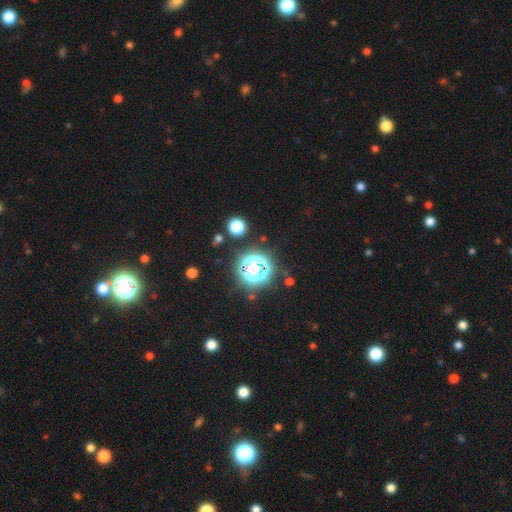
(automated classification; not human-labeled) smooth-or-featured: star or artifact: 81% | smooth: 13% | featured or disk: 6%